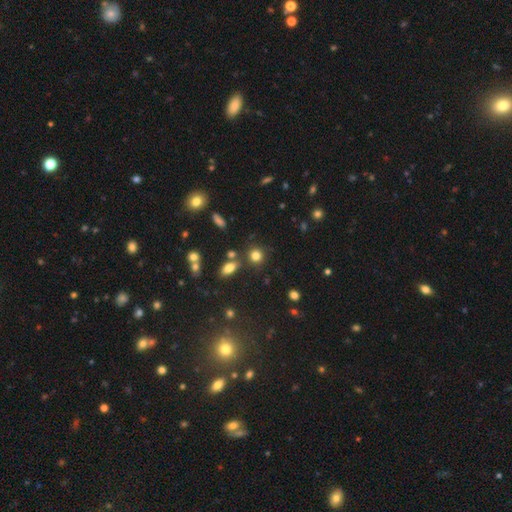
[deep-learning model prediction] Smooth or featured?
  - smooth: 80% *
  - star or artifact: 13%
  - featured or disk: 7%
How rounded?
  - round: 84% *
  - in between: 14%
  - cigar-shaped: 2%
Merging?
  - none: 78% *
  - minor disturbance: 10%
  - merger: 8%
  - major disturbance: 4%